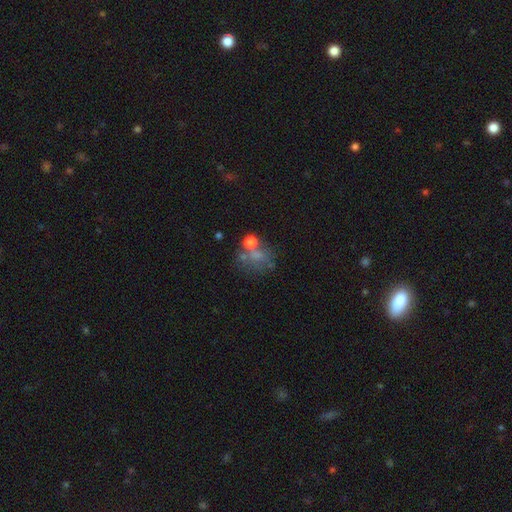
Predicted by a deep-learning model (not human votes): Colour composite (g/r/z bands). It shows a smooth galaxy with no disk features (50%). Merging: none (40%).